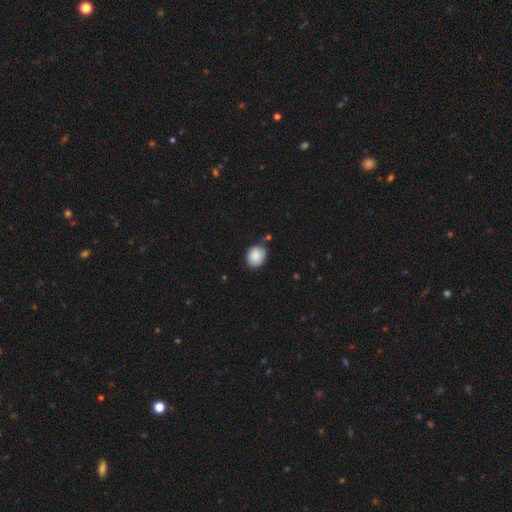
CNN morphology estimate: A smooth galaxy with no disk features (87%) that is round (65%).

Vote fractions:
- Smooth or featured? smooth: 87% / star or artifact: 8% / featured or disk: 5%
- How rounded? round: 65% / in between: 34% / cigar-shaped: 1%
- Merging? none: 75% / minor disturbance: 17% / merger: 5% / major disturbance: 3%